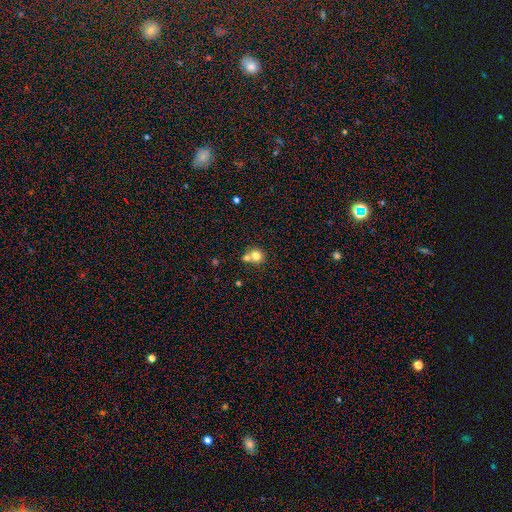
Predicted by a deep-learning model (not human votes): Morphology: type=smooth (77%); roundness=round (88%); merging=none (47%).